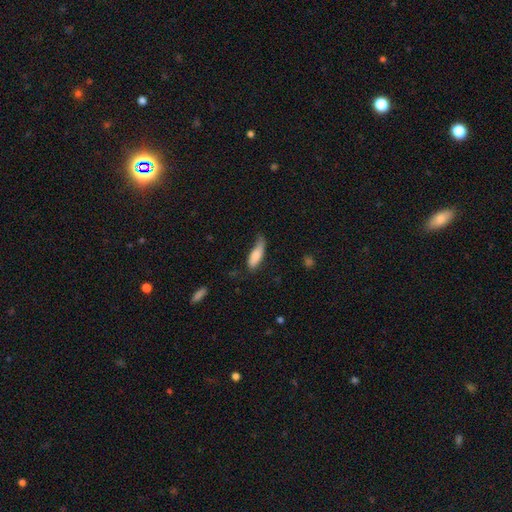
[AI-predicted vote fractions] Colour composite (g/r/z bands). It shows a smooth galaxy with no disk features (80%) that is in between round and cigar-shaped (54%). Merging: minor disturbance (41%).